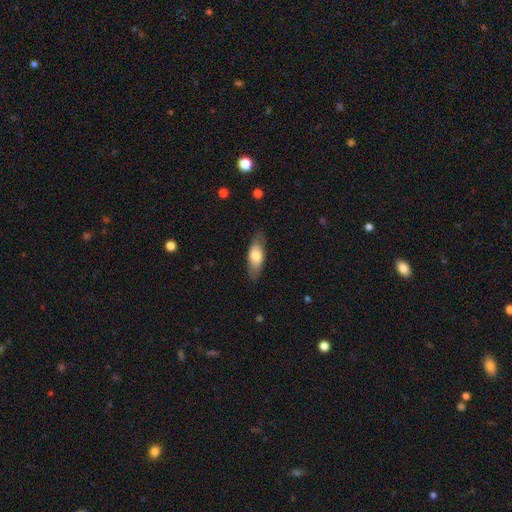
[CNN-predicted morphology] Smooth or featured? Predicted: smooth (p=0.70). How rounded? Predicted: in between (p=0.76). Merging? Predicted: none (p=0.82).